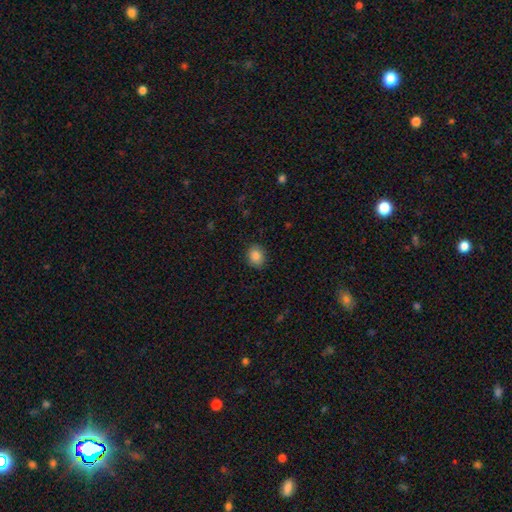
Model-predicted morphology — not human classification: smooth_or_featured: smooth (p=0.86) [alt: star or artifact p=0.09]
how_rounded: round (p=0.59) [alt: in between p=0.41]
merging: none (p=0.88) [alt: minor disturbance p=0.09]